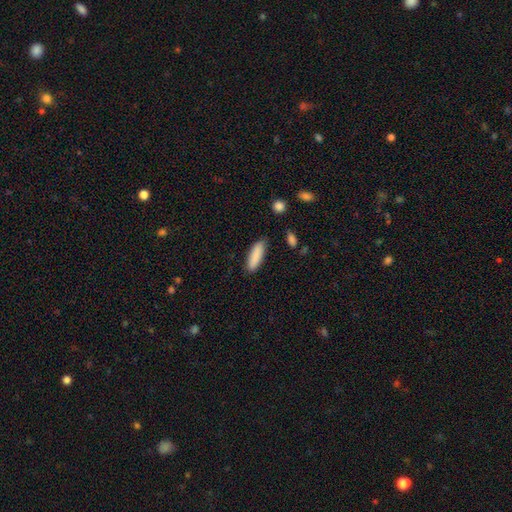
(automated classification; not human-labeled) Smooth or featured? smooth (87%)
How rounded? cigar-shaped (56%)
Merging? none (85%)